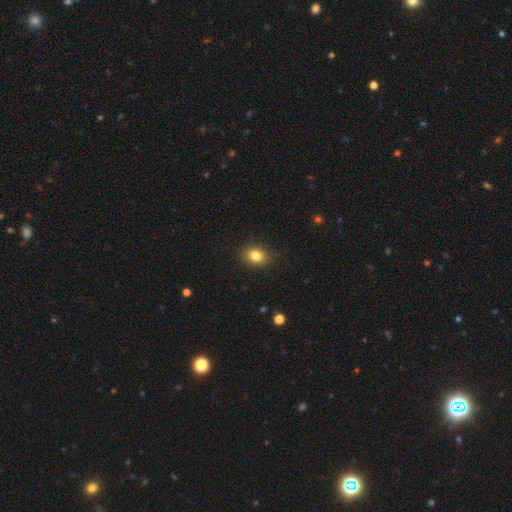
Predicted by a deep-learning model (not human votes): A smooth galaxy with no disk features (82%) that is in between round and cigar-shaped (54%). Merging: none (88%).